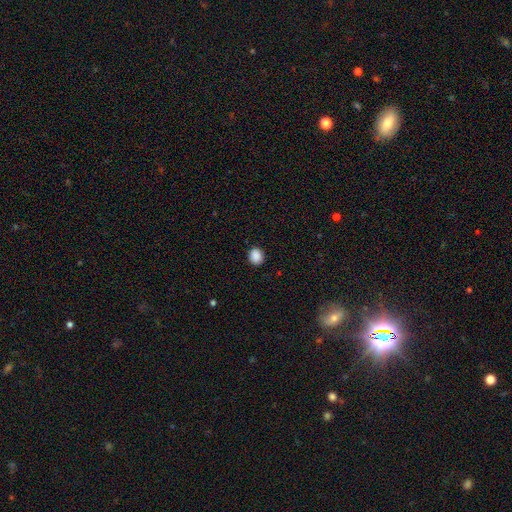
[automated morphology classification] smooth-or-featured: smooth: 89% | star or artifact: 9% | featured or disk: 2%
  how-rounded: round: 73% | in between: 26% | cigar-shaped: 1%
  merging: none: 91% | minor disturbance: 6% | major disturbance: 2% | merger: 1%